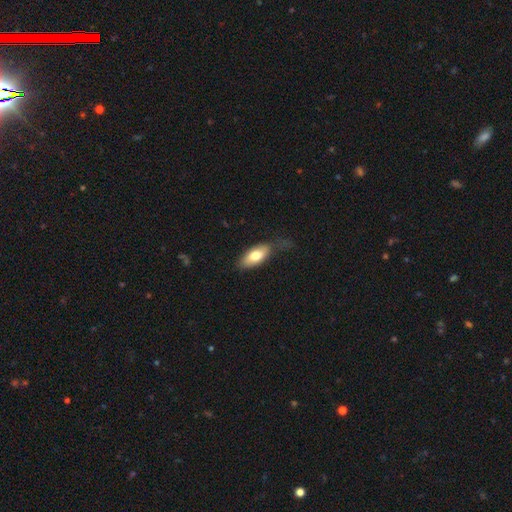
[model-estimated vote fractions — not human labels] Smooth or featured? smooth (73%)
How rounded? in between (85%)
Merging? none (61%)